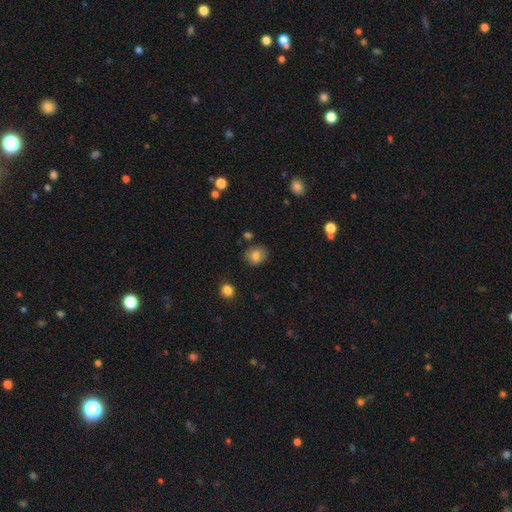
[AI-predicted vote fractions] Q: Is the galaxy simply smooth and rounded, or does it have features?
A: smooth — 79%.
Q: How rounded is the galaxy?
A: round — 71%.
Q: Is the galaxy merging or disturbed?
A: none — 80%.